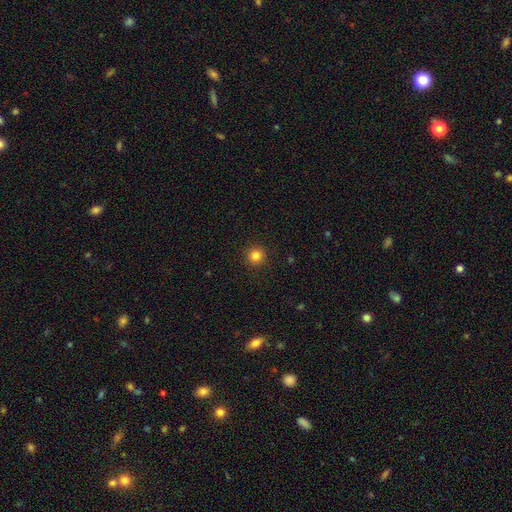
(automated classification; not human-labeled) Morphology: type=smooth (83%); roundness=round (95%); merging=none (92%).